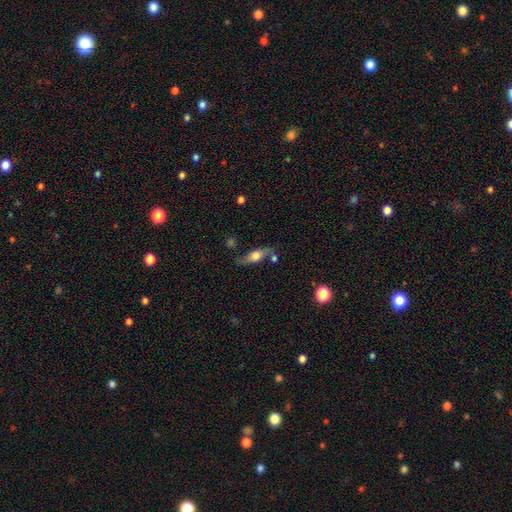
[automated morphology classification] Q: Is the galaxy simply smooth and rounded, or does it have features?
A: smooth — 47%.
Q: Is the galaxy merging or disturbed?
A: none — 65%.